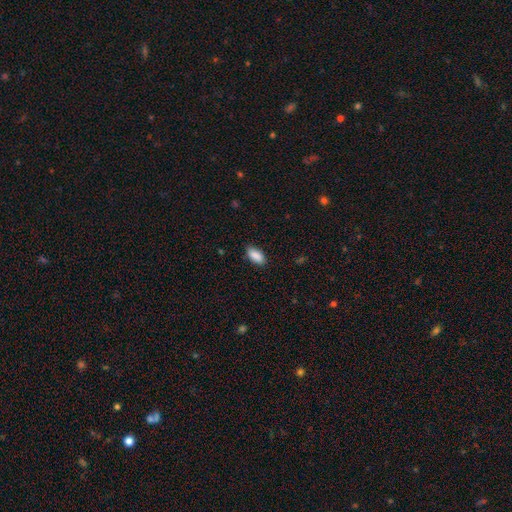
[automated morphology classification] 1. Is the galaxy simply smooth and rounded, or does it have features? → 89% smooth, 7% star or artifact, 4% featured or disk.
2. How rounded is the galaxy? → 89% in between, 8% cigar-shaped, 3% round.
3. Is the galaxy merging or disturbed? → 84% none, 13% minor disturbance, 3% major disturbance, 1% merger.